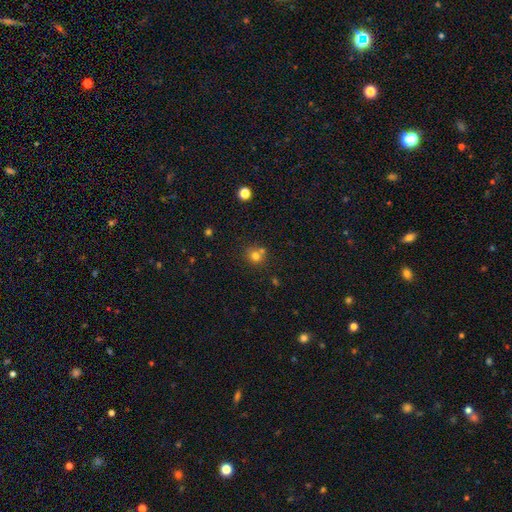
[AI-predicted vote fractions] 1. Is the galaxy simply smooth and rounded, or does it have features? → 75% smooth, 16% star or artifact, 9% featured or disk.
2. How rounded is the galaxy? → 85% round, 14% in between, 1% cigar-shaped.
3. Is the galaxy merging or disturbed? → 60% none, 27% merger, 10% minor disturbance, 3% major disturbance.